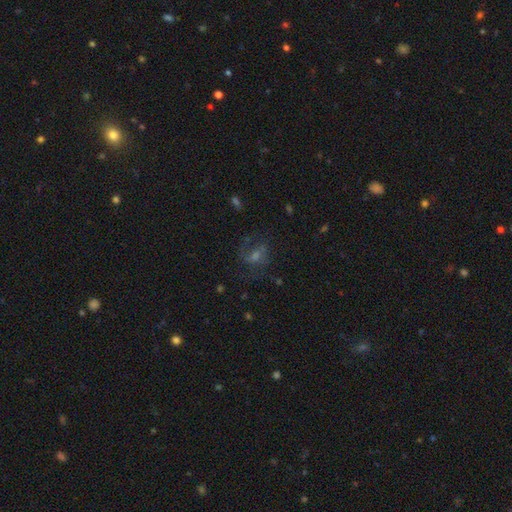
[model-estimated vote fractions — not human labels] smooth-or-featured: featured or disk: 48% | star or artifact: 26% | smooth: 26%
  merging: none: 62% | major disturbance: 19% | minor disturbance: 17% | merger: 2%